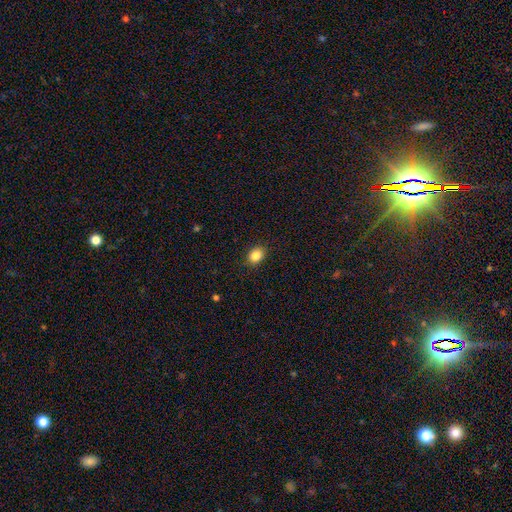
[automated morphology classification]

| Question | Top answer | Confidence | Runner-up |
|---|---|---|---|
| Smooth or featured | smooth | 85% | star or artifact (9%) |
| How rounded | in between | 65% | round (33%) |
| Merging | none | 88% | minor disturbance (9%) |